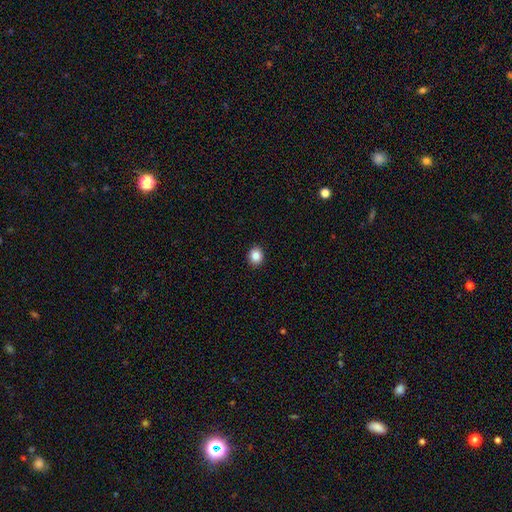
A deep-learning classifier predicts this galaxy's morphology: A smooth galaxy with no disk features (85%) that is round (73%).

Vote fractions:
- Smooth or featured? smooth: 85% / star or artifact: 10% / featured or disk: 5%
- How rounded? round: 73% / in between: 26% / cigar-shaped: 1%
- Merging? none: 92% / minor disturbance: 5% / major disturbance: 2% / merger: 1%